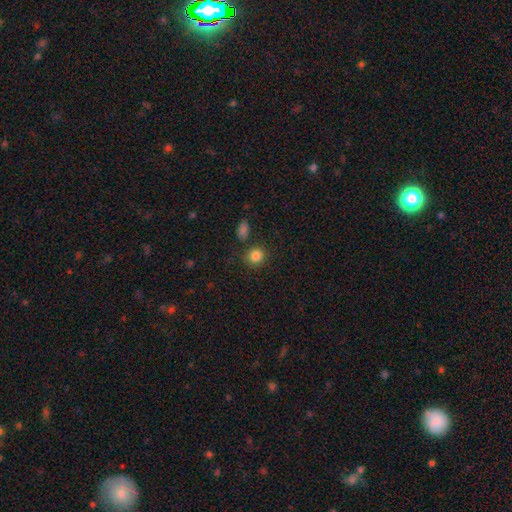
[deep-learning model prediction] This appears to be a smooth galaxy with no disk features (85%) that is round (81%). Merging: none (80%).